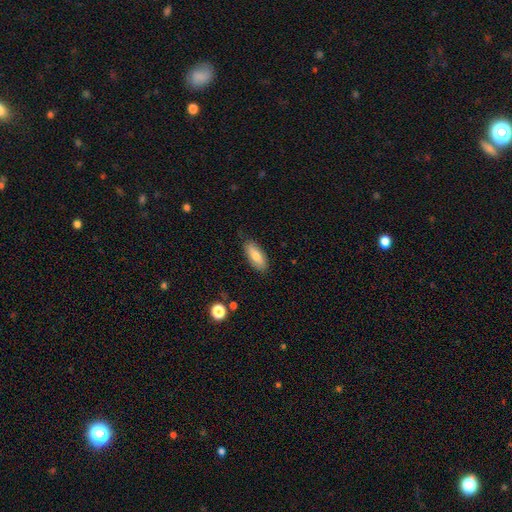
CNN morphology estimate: A smooth galaxy with no disk features (79%) that is in between round and cigar-shaped (83%).

Vote fractions:
- Smooth or featured? smooth: 79% / featured or disk: 15% / star or artifact: 7%
- How rounded? in between: 83% / cigar-shaped: 15% / round: 2%
- Merging? none: 83% / minor disturbance: 13% / major disturbance: 2% / merger: 1%